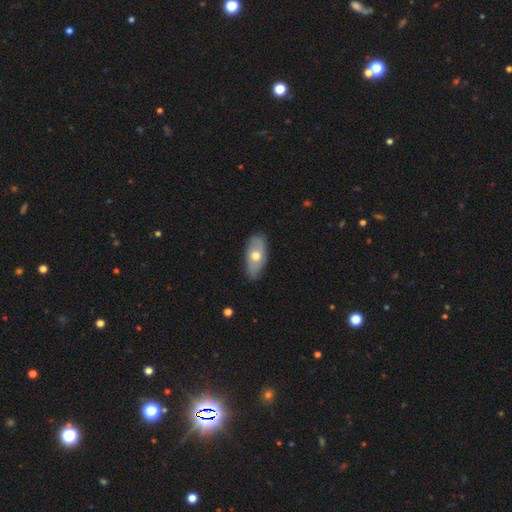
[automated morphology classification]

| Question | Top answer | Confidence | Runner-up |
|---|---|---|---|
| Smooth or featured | smooth | 53% | featured or disk (41%) |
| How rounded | in between | 88% | cigar-shaped (8%) |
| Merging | none | 79% | minor disturbance (17%) |